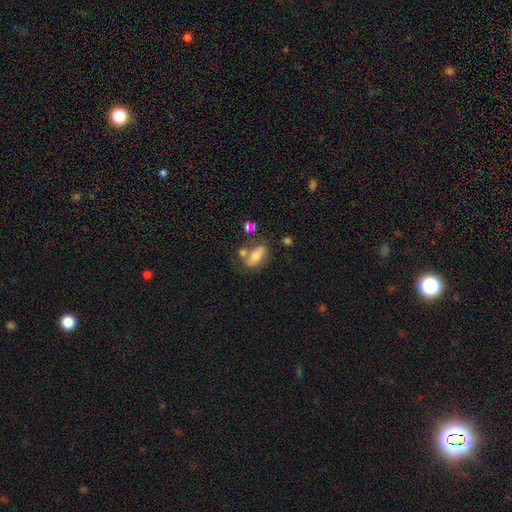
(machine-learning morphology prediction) Q: Smooth or featured?
A: smooth (65%); runner-up: featured or disk (26%)
Q: How rounded?
A: in between (80%); runner-up: cigar-shaped (15%)
Q: Merging?
A: none (54%); runner-up: merger (20%)